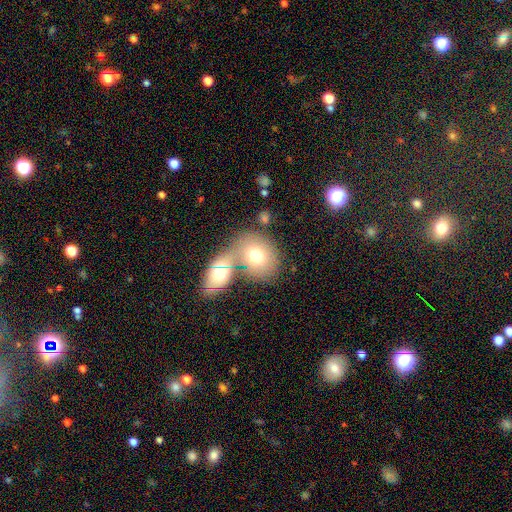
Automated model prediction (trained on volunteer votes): smooth 71%, featured or disk 19%, star or artifact 10%. Down the decision tree: how rounded — round (55%); merging — merger (44%).